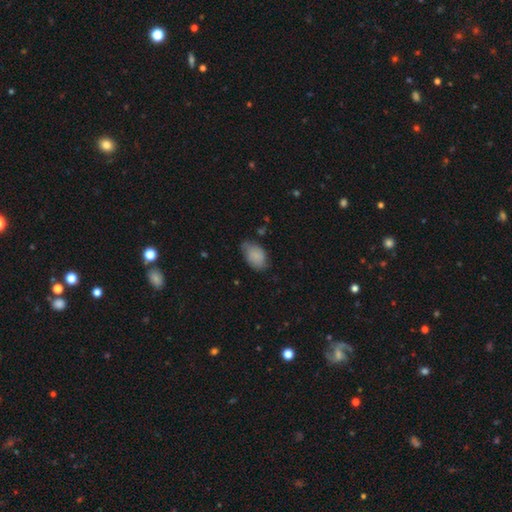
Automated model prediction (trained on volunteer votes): Q: Smooth or featured?
A: smooth (85%); runner-up: featured or disk (9%)
Q: How rounded?
A: in between (91%); runner-up: round (8%)
Q: Merging?
A: none (60%); runner-up: minor disturbance (32%)